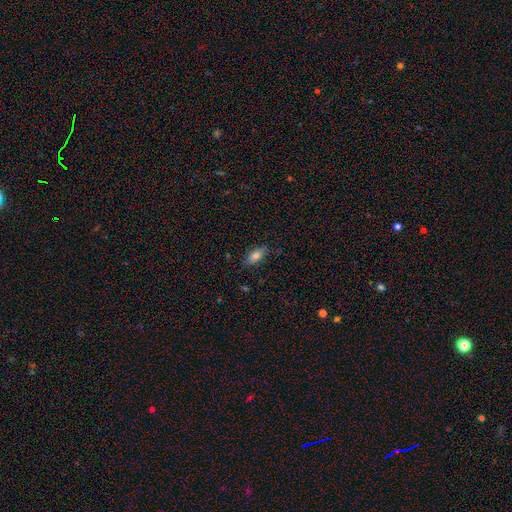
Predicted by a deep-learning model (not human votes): Morphology: type=smooth (79%); roundness=in between (85%); merging=none (79%).